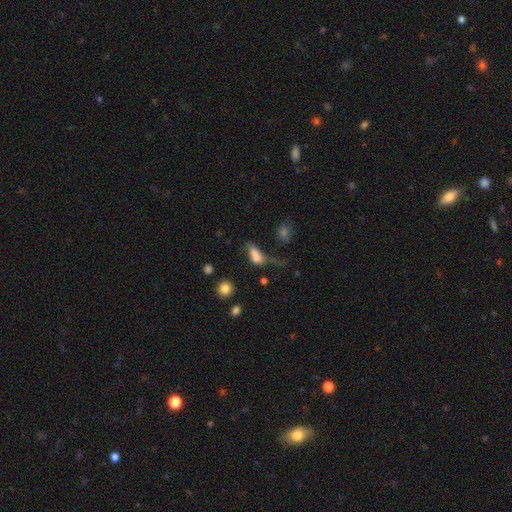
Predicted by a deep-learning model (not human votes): Morphology: type=smooth (71%); roundness=in between (78%); merging=major disturbance (38%).